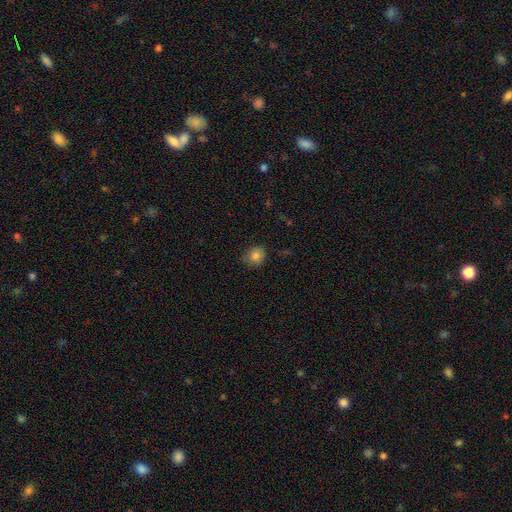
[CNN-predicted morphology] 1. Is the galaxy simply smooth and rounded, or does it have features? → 82% smooth, 11% star or artifact, 6% featured or disk.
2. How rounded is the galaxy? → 77% round, 22% in between, 1% cigar-shaped.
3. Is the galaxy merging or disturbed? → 76% none, 19% minor disturbance, 4% major disturbance, 1% merger.